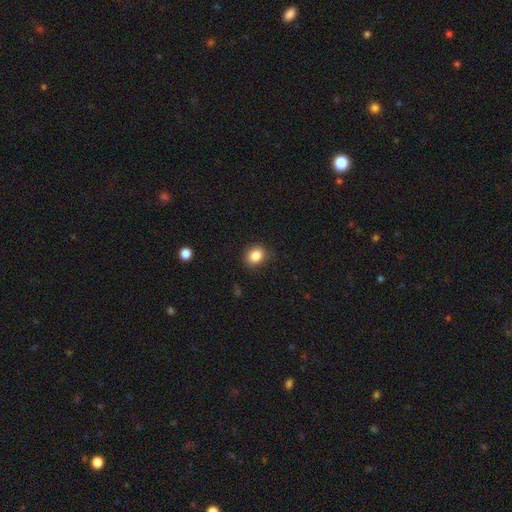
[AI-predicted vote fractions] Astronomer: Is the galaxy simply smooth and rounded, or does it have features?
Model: smooth — 86%.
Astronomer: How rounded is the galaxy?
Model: round — 58% (runner-up: in between, 41%).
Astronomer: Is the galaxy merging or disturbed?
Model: none — 85%.